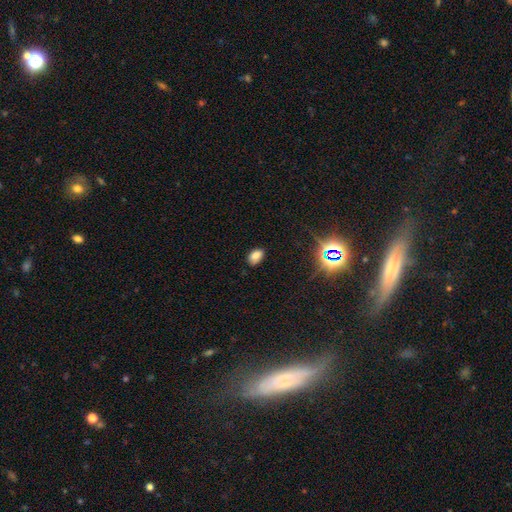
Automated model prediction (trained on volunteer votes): Morphology: type=smooth (79%); roundness=in between (89%); merging=none (83%).